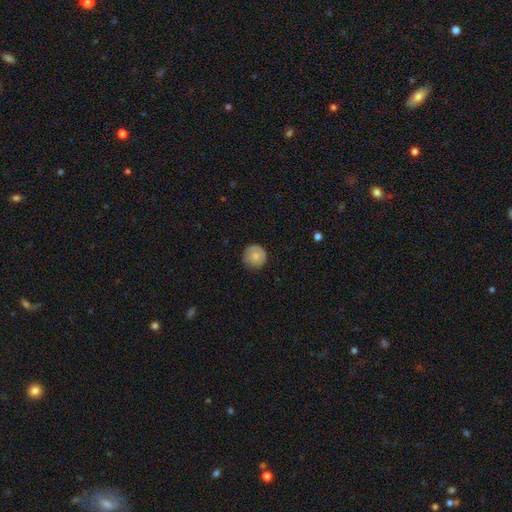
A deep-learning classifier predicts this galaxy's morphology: The model was most divided on "smooth or featured": smooth: 78%, featured or disk: 15%, star or artifact: 7%. More confident: how rounded — round (94%); merging — none (81%).